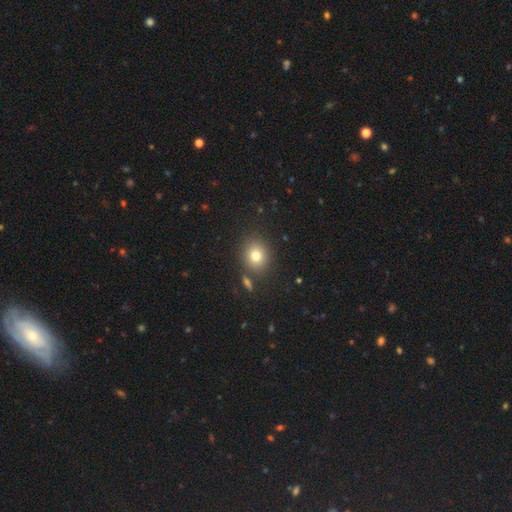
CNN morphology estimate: smooth 77%, star or artifact 13%, featured or disk 9%. Down the decision tree: how rounded — round (77%); merging — none (82%).